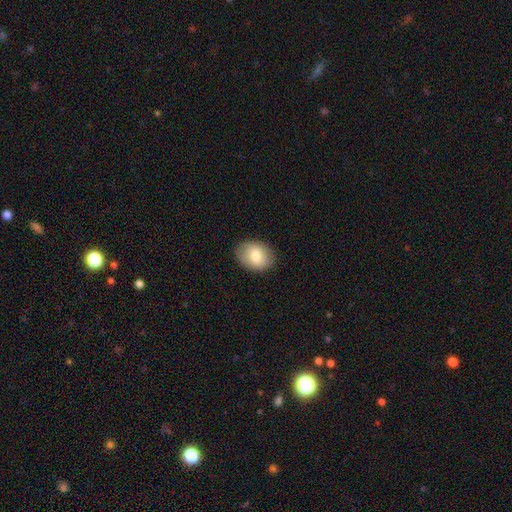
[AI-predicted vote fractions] Smooth or featured: smooth — 77% (featured or disk — 16%)
How rounded: in between — 66% (round — 33%)
Merging: none — 86% (minor disturbance — 11%)